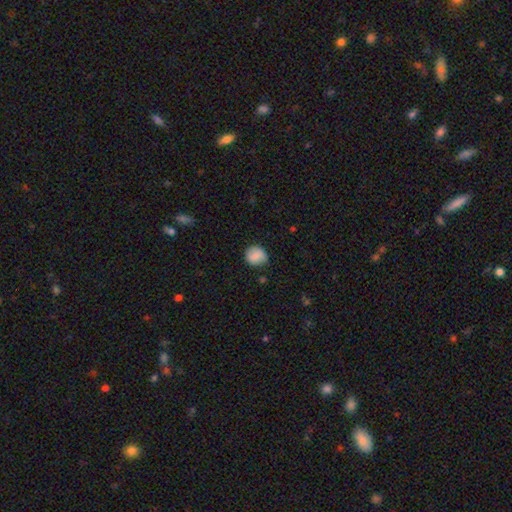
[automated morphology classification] This appears to be a smooth galaxy with no disk features (81%) that is round (81%). Merging: none (77%).